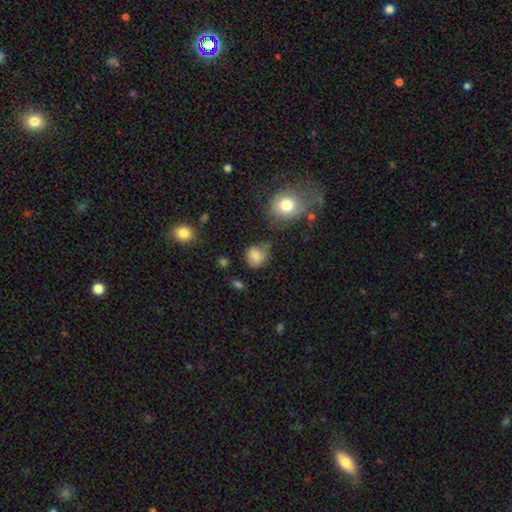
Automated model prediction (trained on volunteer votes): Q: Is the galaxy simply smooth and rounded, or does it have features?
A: smooth — 80%.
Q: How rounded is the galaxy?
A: round — 79%.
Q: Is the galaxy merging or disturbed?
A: none — 63%.